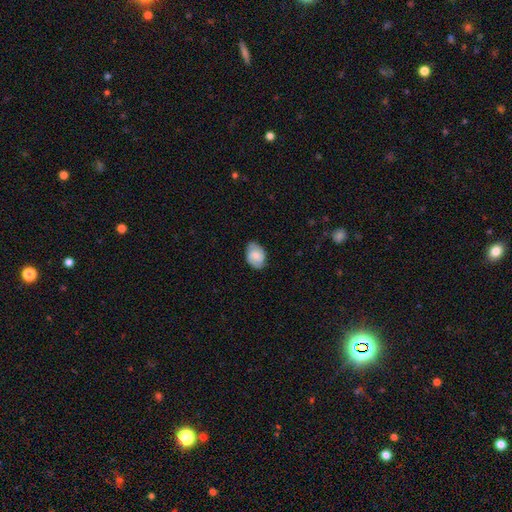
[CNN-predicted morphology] The model was most divided on "smooth or featured": smooth: 50%, featured or disk: 42%, star or artifact: 8%. More confident: how rounded — in between (79%); merging — none (75%).